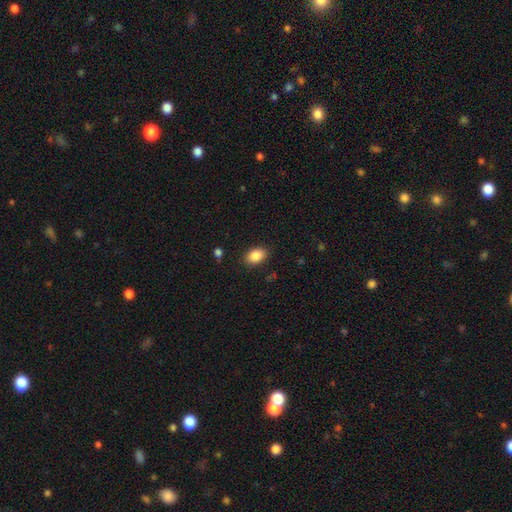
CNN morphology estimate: type=smooth (87%); roundness=in between (85%); merging=none (87%).